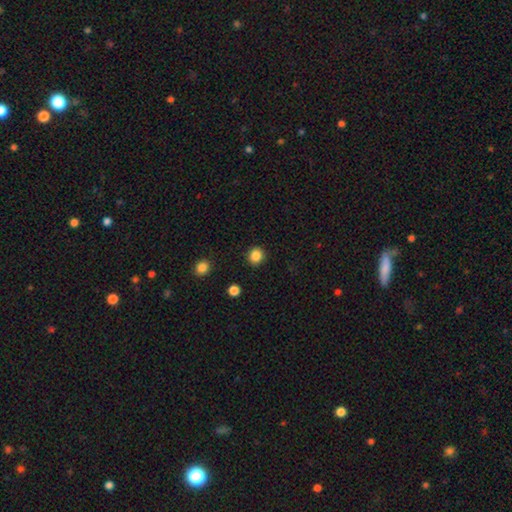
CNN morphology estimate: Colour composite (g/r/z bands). It shows a smooth galaxy with no disk features (86%) that is round (88%). Merging: none (91%).